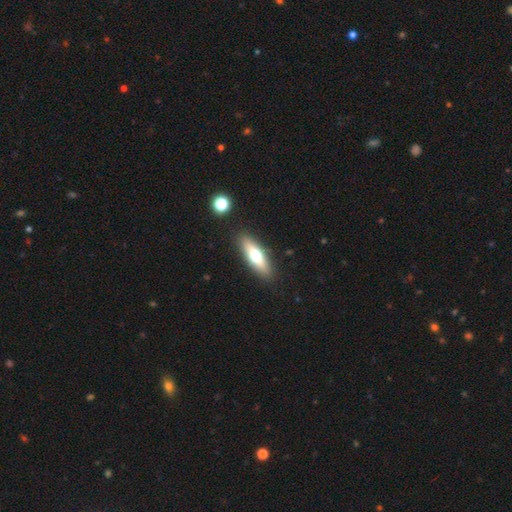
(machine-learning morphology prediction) The model was most divided on "how rounded": cigar-shaped: 50%, in between: 48%, round: 3%. More confident: merging — none (88%); smooth or featured — smooth (58%).